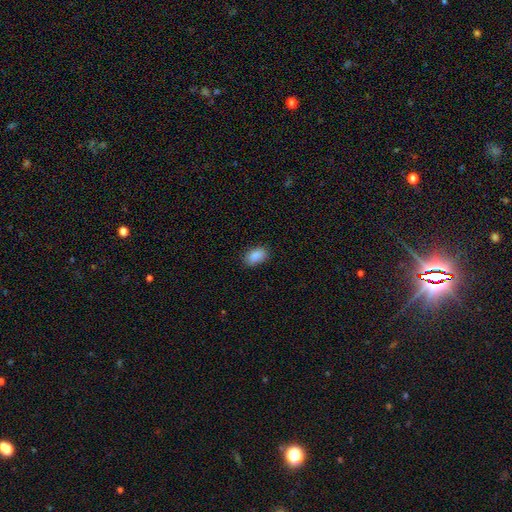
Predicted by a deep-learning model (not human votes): Morphology: type=smooth (89%); roundness=in between (92%); merging=none (86%).